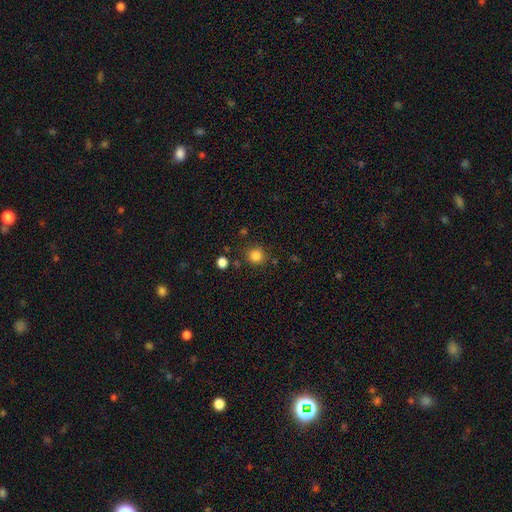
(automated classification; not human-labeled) Smooth or featured? smooth (84%)
How rounded? round (92%)
Merging? none (86%)